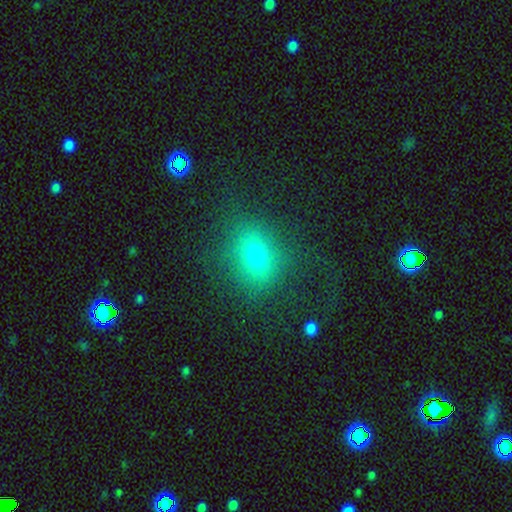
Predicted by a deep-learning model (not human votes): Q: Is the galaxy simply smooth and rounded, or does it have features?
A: smooth — 70%.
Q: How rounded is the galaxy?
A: round — 54%.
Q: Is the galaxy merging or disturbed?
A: none — 71%.